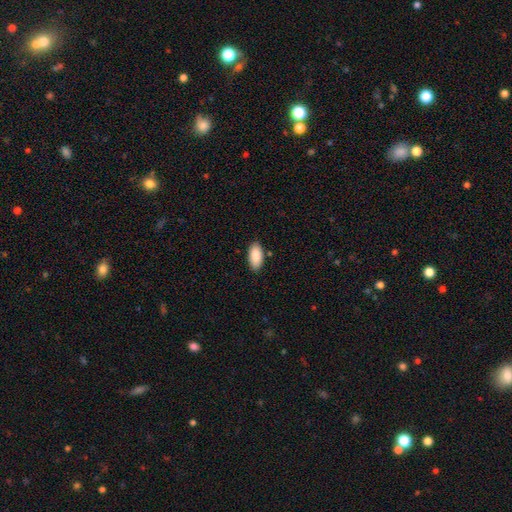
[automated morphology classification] smooth 90%, star or artifact 6%, featured or disk 4%. Down the decision tree: how rounded — in between (92%); merging — none (85%).